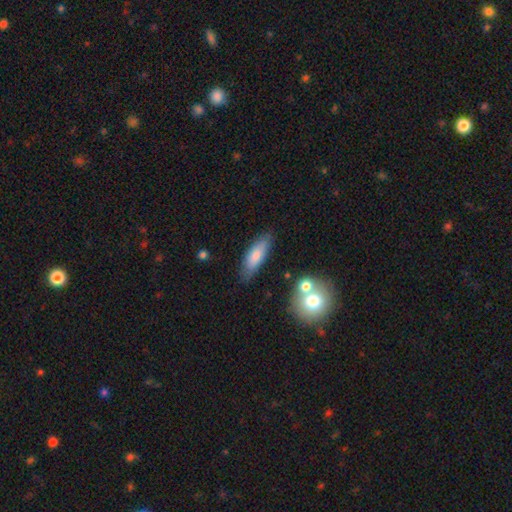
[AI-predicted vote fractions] Q: Smooth or featured?
A: smooth (73%); runner-up: featured or disk (20%)
Q: How rounded?
A: in between (58%); runner-up: cigar-shaped (40%)
Q: Merging?
A: none (77%); runner-up: minor disturbance (15%)